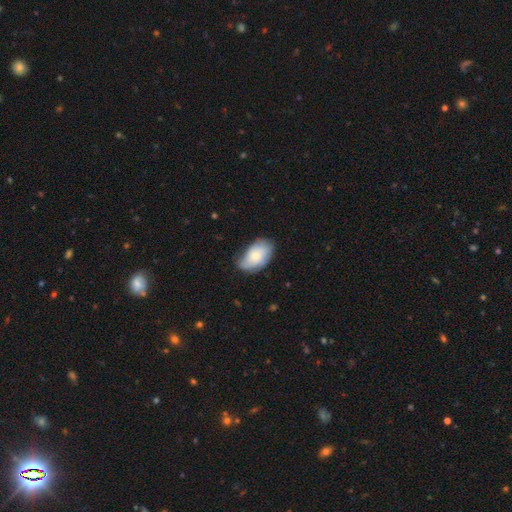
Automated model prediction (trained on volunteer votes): Smooth or featured: smooth — 65% (featured or disk — 28%)
How rounded: in between — 92% (round — 6%)
Merging: none — 60% (minor disturbance — 31%)